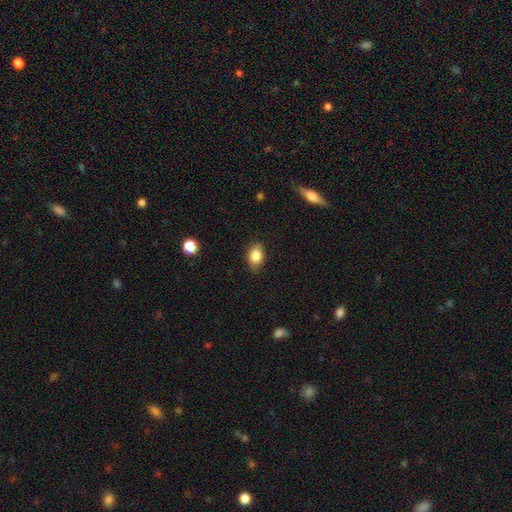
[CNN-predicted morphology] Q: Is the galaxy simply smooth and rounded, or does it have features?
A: smooth — 83%.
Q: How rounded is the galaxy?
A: in between — 82%.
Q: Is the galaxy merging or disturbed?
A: none — 80%.